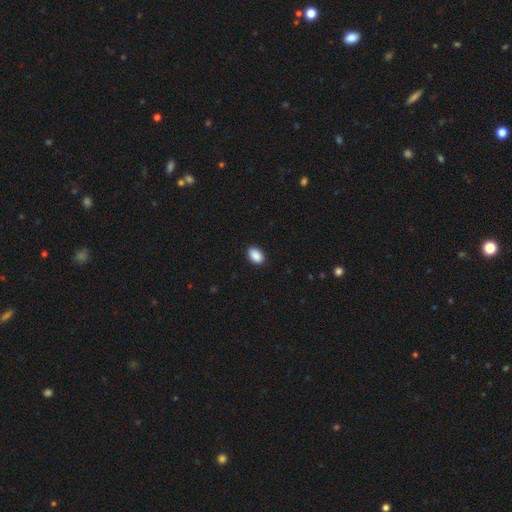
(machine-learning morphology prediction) Smooth or featured? Predicted: smooth (p=0.90). How rounded? Predicted: in between (p=0.87). Merging? Predicted: none (p=0.89).